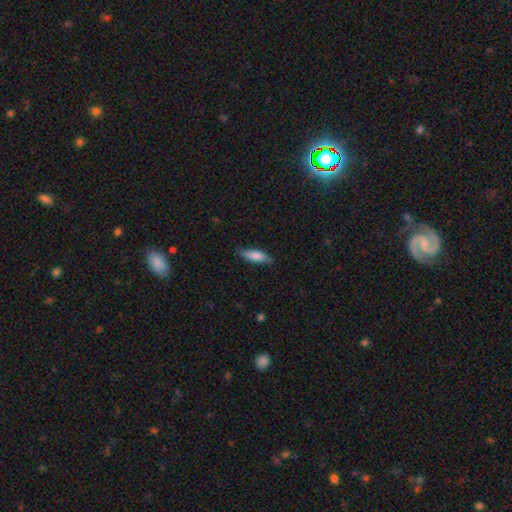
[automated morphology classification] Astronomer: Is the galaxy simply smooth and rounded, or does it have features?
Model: smooth — 78%.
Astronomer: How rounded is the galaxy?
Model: cigar-shaped — 54% (runner-up: in between, 44%).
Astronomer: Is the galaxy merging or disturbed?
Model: none — 82%.